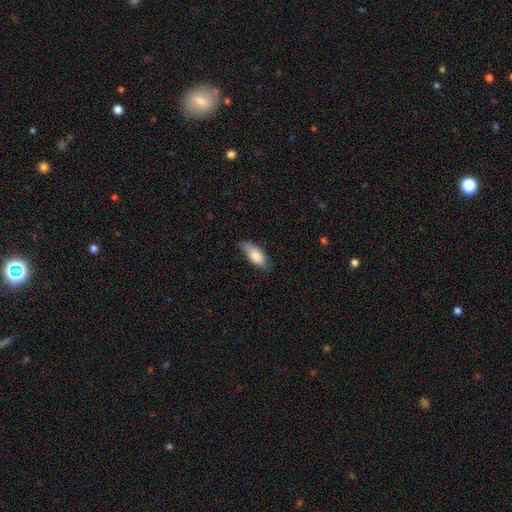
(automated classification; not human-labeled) The model was most divided on "merging": none: 57%, minor disturbance: 34%, major disturbance: 7%, merger: 2%. More confident: how rounded — in between (87%); smooth or featured — smooth (80%).